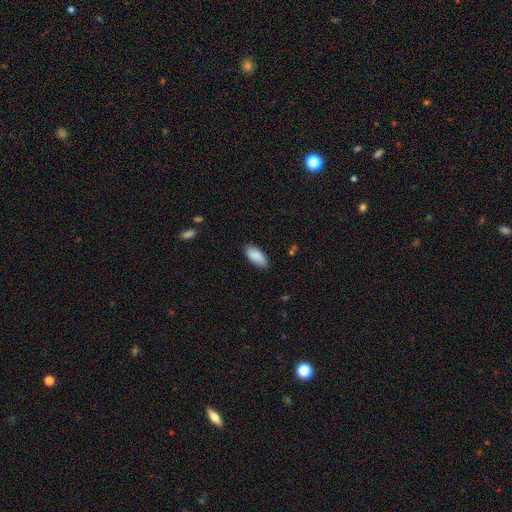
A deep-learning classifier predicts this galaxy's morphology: Smooth or featured? smooth (88%)
How rounded? in between (89%)
Merging? none (81%)